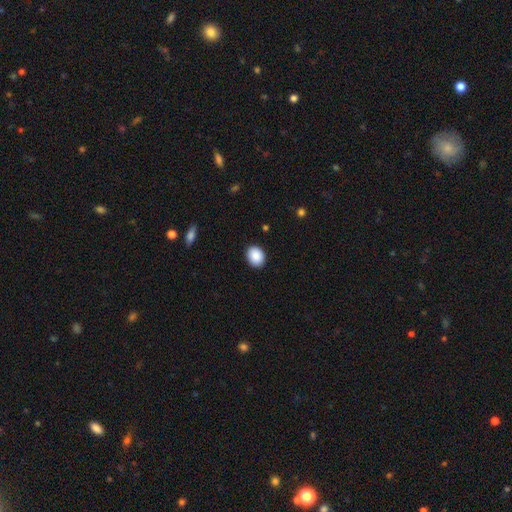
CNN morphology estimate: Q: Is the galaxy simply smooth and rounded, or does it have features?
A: smooth — 90%.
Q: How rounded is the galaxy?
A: round — 51%.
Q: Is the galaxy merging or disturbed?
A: none — 90%.